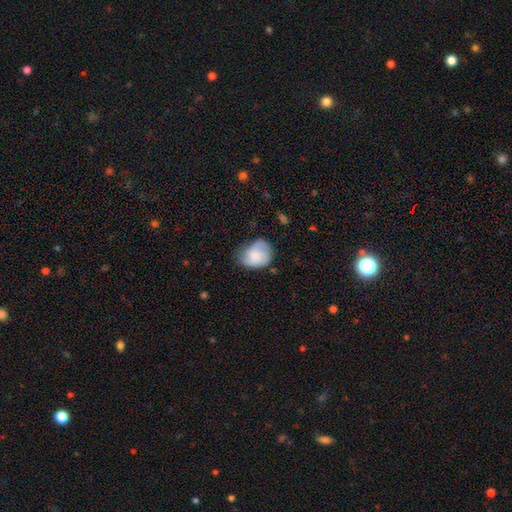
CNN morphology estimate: A smooth galaxy with no disk features (65%) that is in between round and cigar-shaped (51%).

Vote fractions:
- Smooth or featured? smooth: 65% / featured or disk: 28% / star or artifact: 7%
- How rounded? in between: 51% / round: 48% / cigar-shaped: 1%
- Merging? none: 50% / minor disturbance: 34% / major disturbance: 14% / merger: 2%